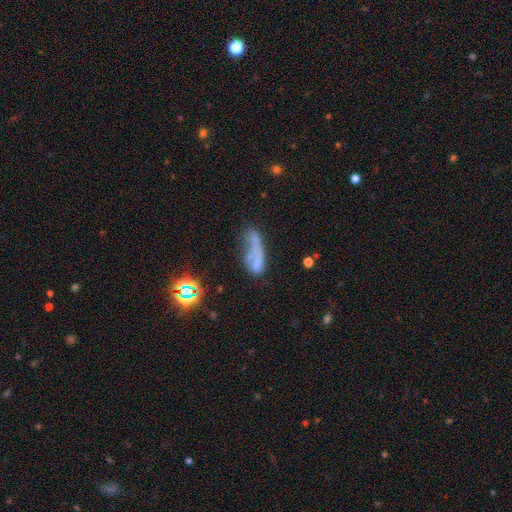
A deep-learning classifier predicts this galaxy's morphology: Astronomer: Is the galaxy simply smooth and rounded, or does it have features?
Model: smooth — 48% (runner-up: featured or disk, 32%).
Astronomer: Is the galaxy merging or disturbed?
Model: major disturbance — 31% (runner-up: none, 30%).